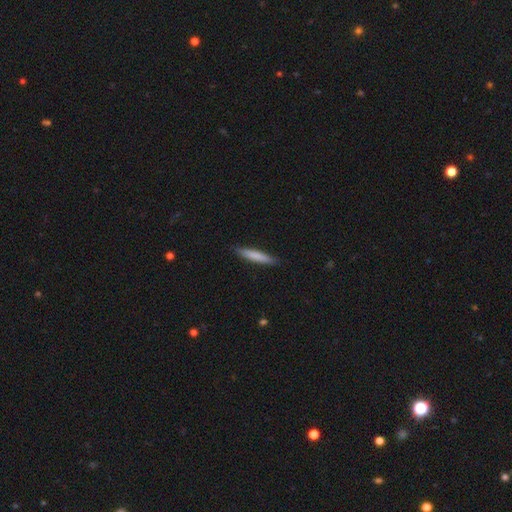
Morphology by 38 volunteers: Smooth or featured? smooth (87%)
How rounded? cigar-shaped (88%)
Merging? none (95%)